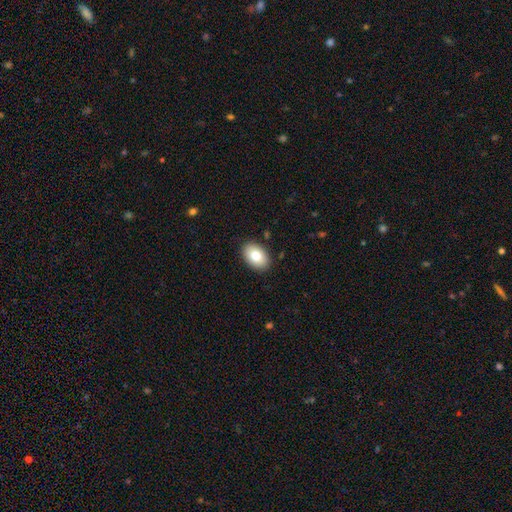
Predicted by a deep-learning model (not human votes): smooth 82%, featured or disk 11%, star or artifact 7%. Down the decision tree: how rounded — in between (89%); merging — none (88%).